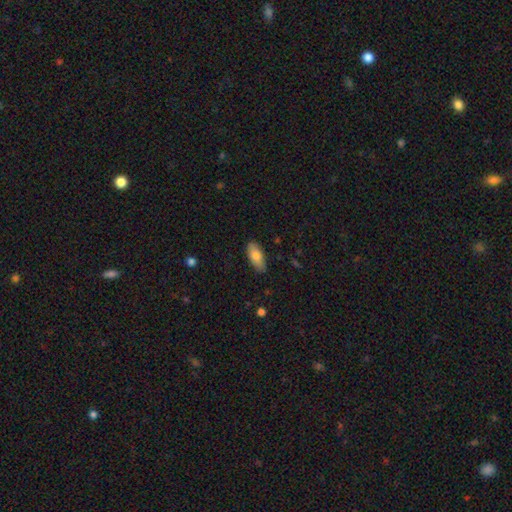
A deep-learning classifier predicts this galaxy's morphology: This is clearly a smooth galaxy (83%). How rounded: clearly in between (85%). Merging: clearly none (83%).